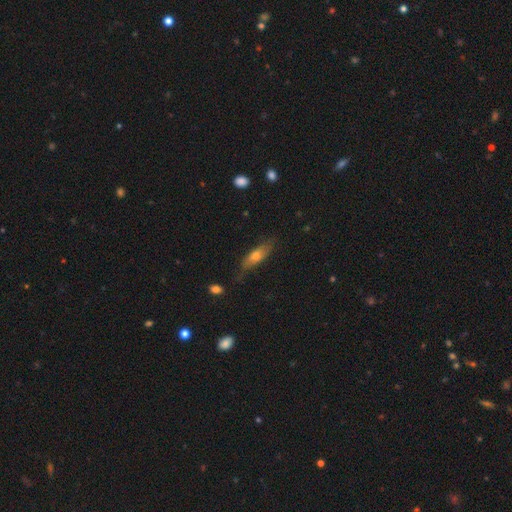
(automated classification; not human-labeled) Smooth or featured?
  - smooth: 54% *
  - featured or disk: 38%
  - star or artifact: 8%
How rounded?
  - cigar-shaped: 56% *
  - in between: 41%
  - round: 3%
Merging?
  - none: 72% *
  - minor disturbance: 21%
  - major disturbance: 5%
  - merger: 2%